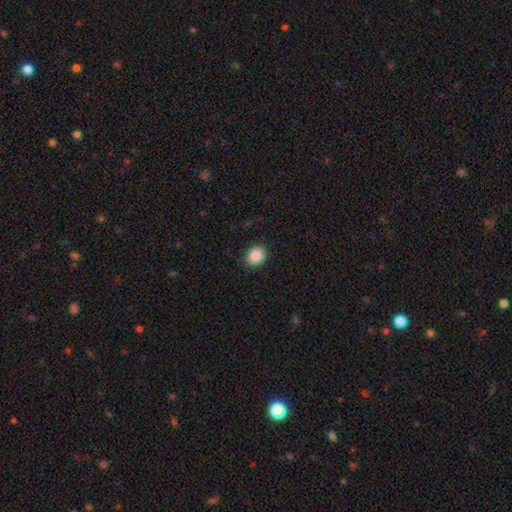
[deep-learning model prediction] Overall: smooth (89%). How rounded: round (64%; in between 35%). Merging: none (89%).